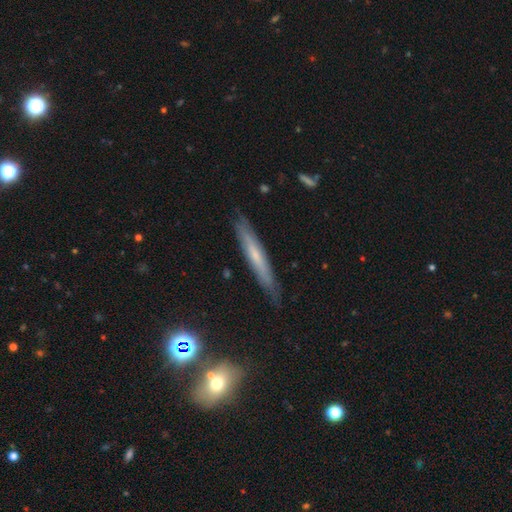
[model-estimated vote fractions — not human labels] Overall: featured or disk (48%; smooth 43%). Merging: none (84%).